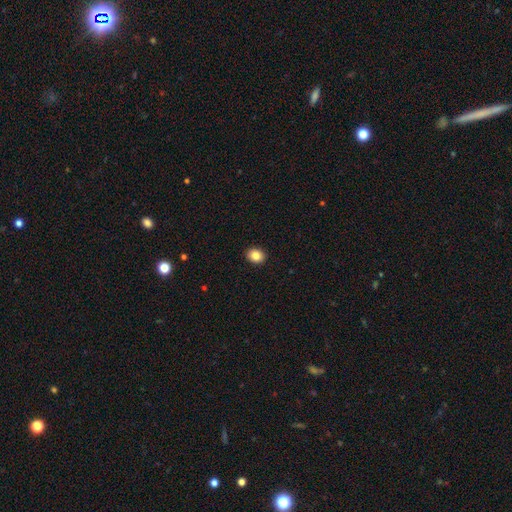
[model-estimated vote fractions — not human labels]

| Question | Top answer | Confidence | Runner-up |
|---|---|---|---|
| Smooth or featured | smooth | 84% | star or artifact (9%) |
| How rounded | round | 58% | in between (41%) |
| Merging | none | 92% | minor disturbance (5%) |